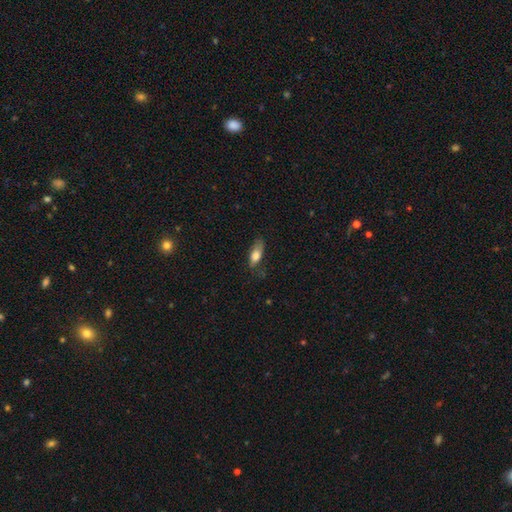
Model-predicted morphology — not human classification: This appears to be a smooth galaxy with no disk features (75%) that is in between round and cigar-shaped (75%). Merging: none (57%).